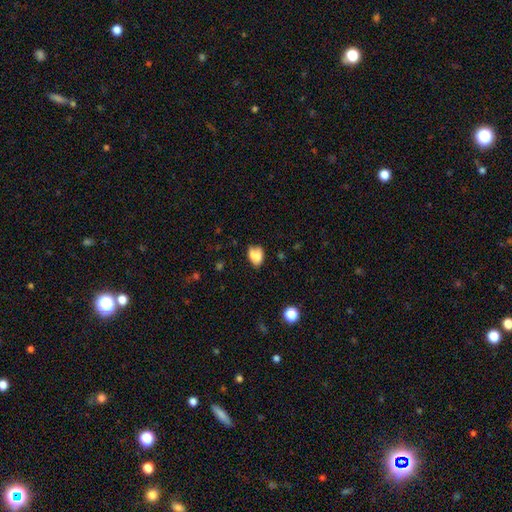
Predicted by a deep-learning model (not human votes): This is likely a smooth galaxy (67%). How rounded: likely in between (74%). Merging: marginally none (36%).